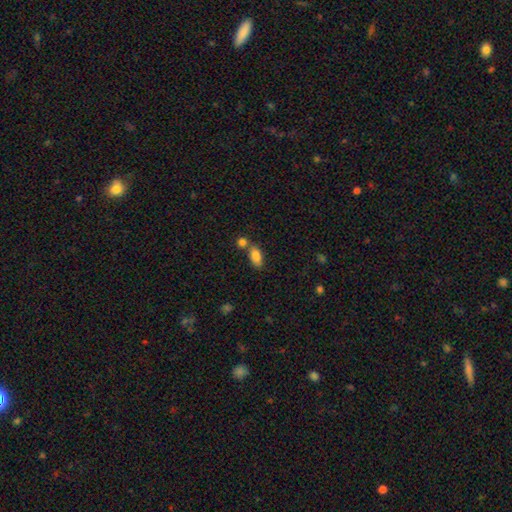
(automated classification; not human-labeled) Smooth or featured: smooth — 85% (star or artifact — 8%)
How rounded: in between — 88% (cigar-shaped — 6%)
Merging: none — 54% (merger — 30%)